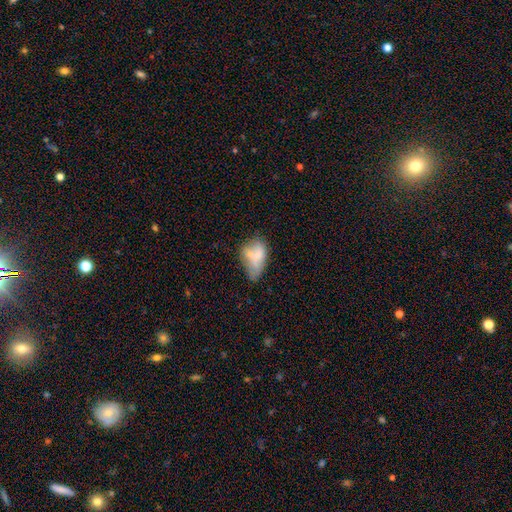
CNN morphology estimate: Smooth or featured? smooth (64%)
How rounded? in between (87%)
Merging? merger (31%)